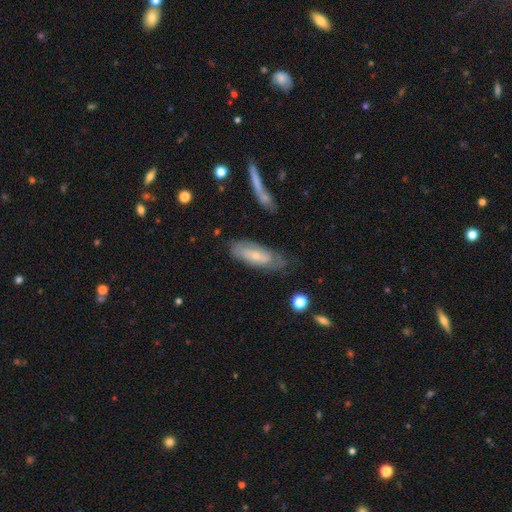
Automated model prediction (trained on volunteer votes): Smooth or featured: featured or disk — 56% (smooth — 37%)
Edge-on disk: no — 81% (yes — 19%)
Merging: none — 63% (minor disturbance — 24%)